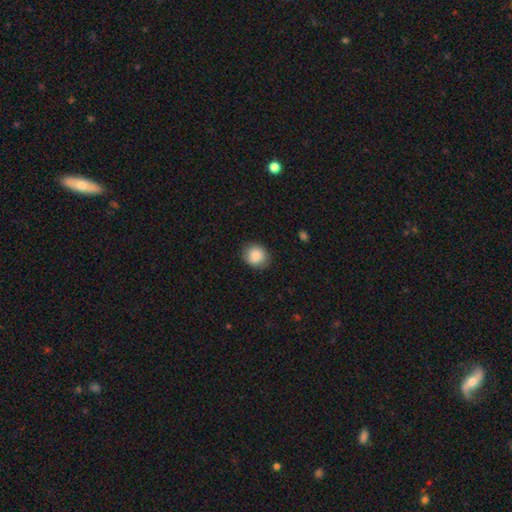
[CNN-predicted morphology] Smooth or featured? Predicted: smooth (p=0.85). How rounded? Predicted: round (p=0.77). Merging? Predicted: none (p=0.86).